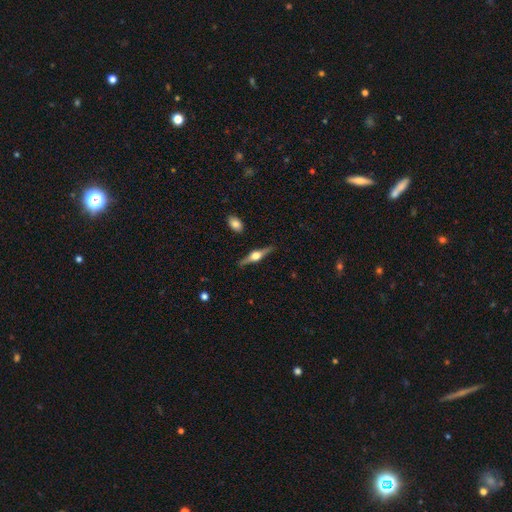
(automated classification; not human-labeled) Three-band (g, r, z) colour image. It shows a featured or disk galaxy (78%) viewed edge-on (97%) with a rounded central bulge (94%). Merging: none (87%).